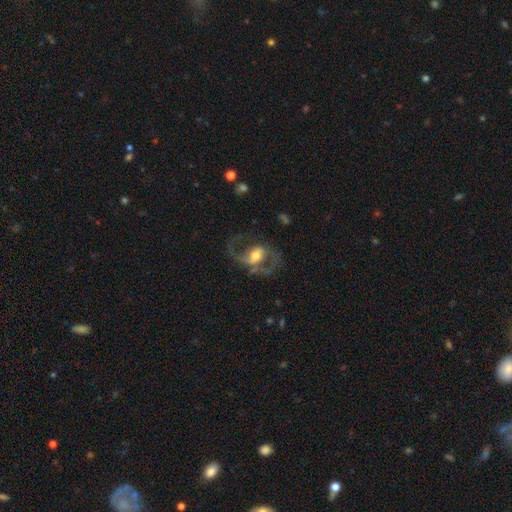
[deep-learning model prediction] Overall: featured or disk (82%). Edge-on disk: no (97%). Bar: weak (43%; no 33%). Spiral arms: yes (89%). Spiral arm count: 2 (84%). Spiral winding: medium (47%; loose 44%). Bulge size: moderate (65%). Merging: none (57%; major disturbance 24%).